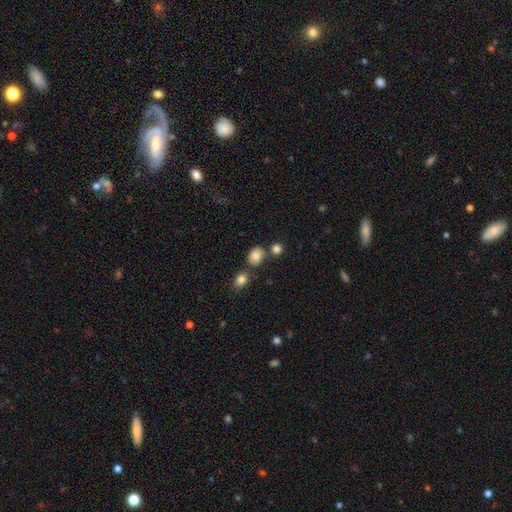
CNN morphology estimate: A smooth galaxy with no disk features (82%) that is in between round and cigar-shaped (51%). Merging: none (69%).